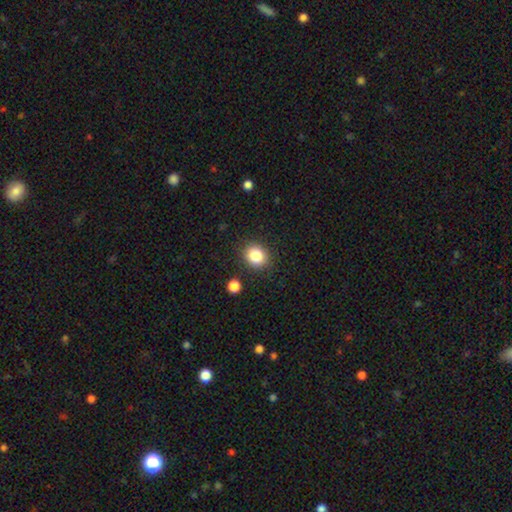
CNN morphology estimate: A smooth galaxy with no disk features (84%) that is round (76%). Merging: none (86%).